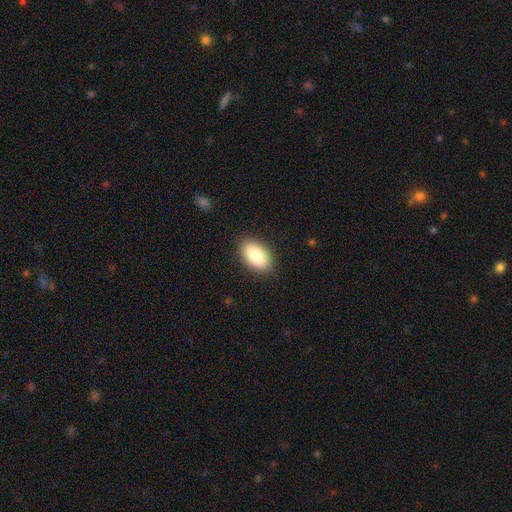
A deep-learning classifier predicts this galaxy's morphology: smooth 85%, featured or disk 9%, star or artifact 6%. Down the decision tree: how rounded — in between (94%); merging — none (88%).